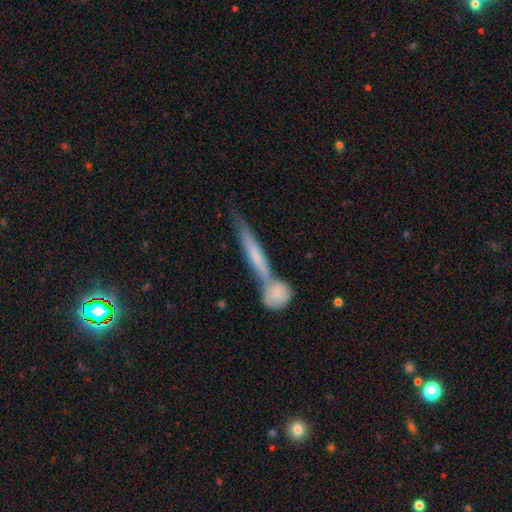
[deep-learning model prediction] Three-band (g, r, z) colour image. It shows a smooth galaxy with no disk features (51%) that is cigar-shaped (87%). Merging: none (44%).